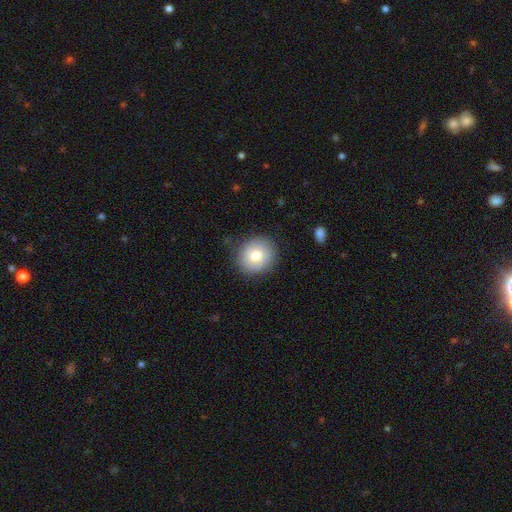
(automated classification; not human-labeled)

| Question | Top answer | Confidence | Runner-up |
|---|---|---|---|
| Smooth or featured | smooth | 77% | featured or disk (14%) |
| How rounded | round | 84% | in between (15%) |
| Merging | none | 85% | minor disturbance (11%) |